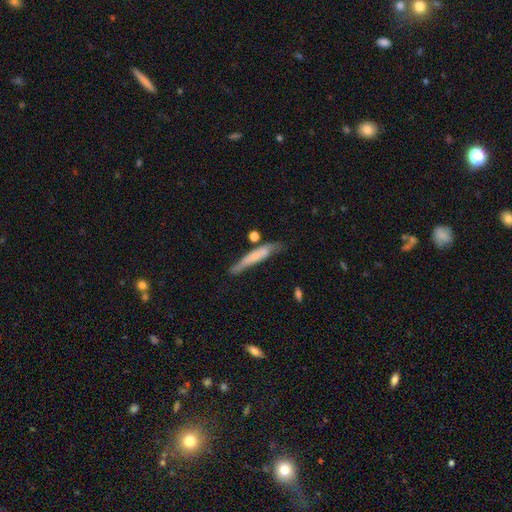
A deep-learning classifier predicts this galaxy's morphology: Q: Smooth or featured?
A: smooth (59%); runner-up: featured or disk (34%)
Q: How rounded?
A: cigar-shaped (92%); runner-up: in between (6%)
Q: Merging?
A: none (57%); runner-up: minor disturbance (26%)